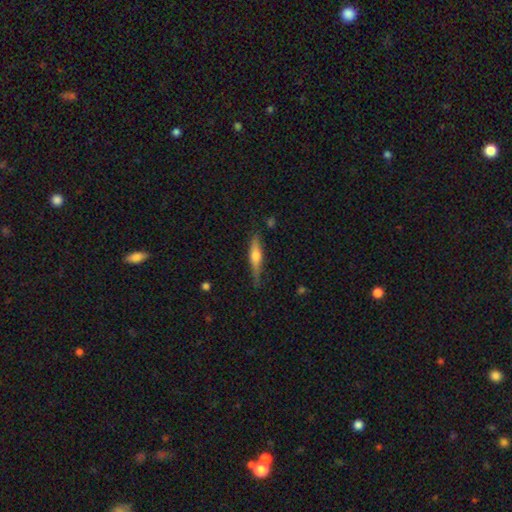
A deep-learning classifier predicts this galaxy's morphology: This is possibly a featured or disk galaxy (50%). It is clearly viewed edge-on (93%). Merging: likely none (75%).